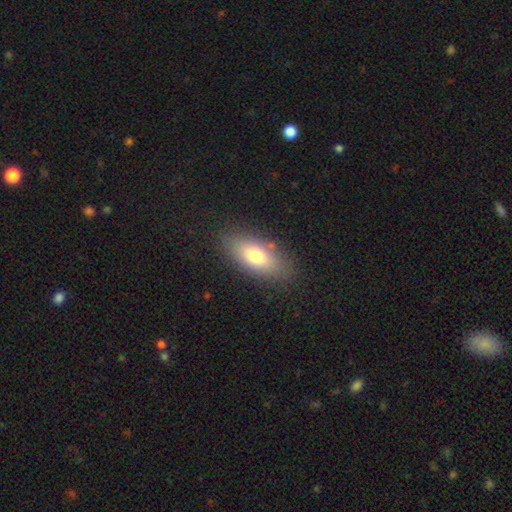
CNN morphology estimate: A smooth galaxy with no disk features (72%) that is in between round and cigar-shaped (85%).

Vote fractions:
- Smooth or featured? smooth: 72% / featured or disk: 19% / star or artifact: 9%
- How rounded? in between: 85% / cigar-shaped: 11% / round: 5%
- Merging? none: 82% / minor disturbance: 12% / major disturbance: 4% / merger: 2%